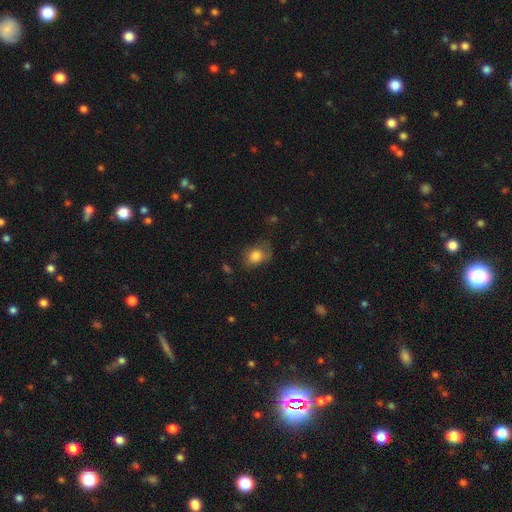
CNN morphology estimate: smooth-or-featured: smooth: 79% | featured or disk: 11% | star or artifact: 9%
  how-rounded: in between: 58% | round: 41% | cigar-shaped: 1%
  merging: none: 51% | minor disturbance: 30% | major disturbance: 17% | merger: 2%